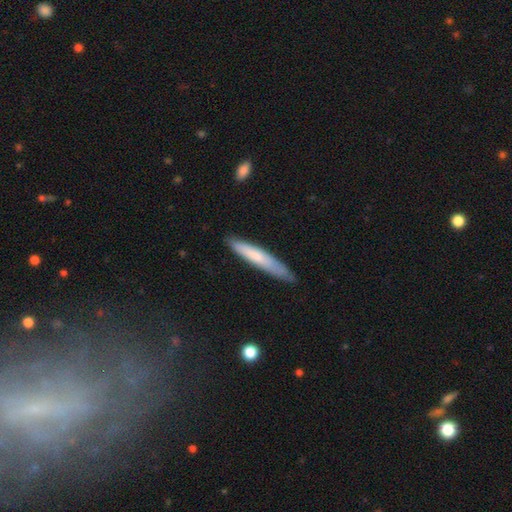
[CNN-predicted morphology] This appears to be a smooth galaxy with no disk features (67%) that is cigar-shaped (93%). Merging: none (81%).